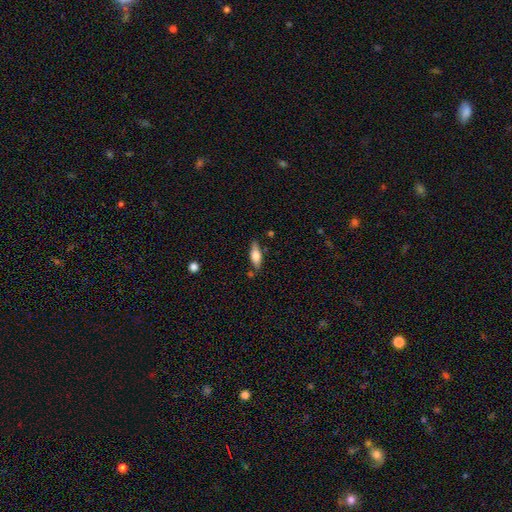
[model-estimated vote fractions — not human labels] smooth 68%, featured or disk 25%, star or artifact 7%. Down the decision tree: how rounded — in between (66%); merging — none (77%).